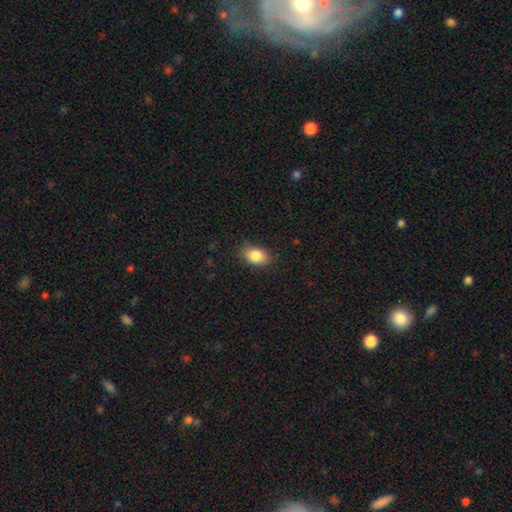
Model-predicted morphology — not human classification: type=smooth (86%); roundness=in between (79%); merging=none (82%).